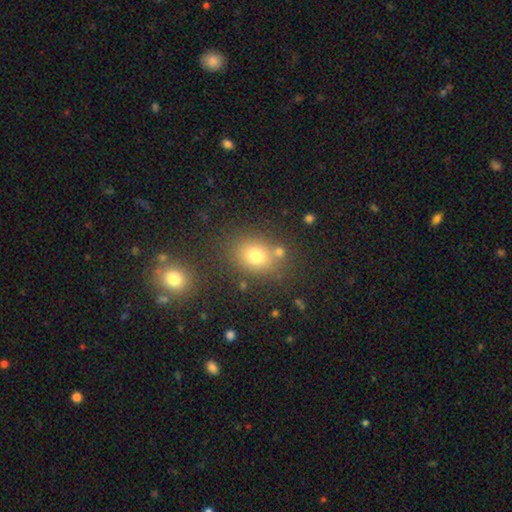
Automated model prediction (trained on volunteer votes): Q: Smooth or featured?
A: smooth (76%); runner-up: star or artifact (15%)
Q: How rounded?
A: in between (54%); runner-up: round (45%)
Q: Merging?
A: none (74%); runner-up: minor disturbance (11%)